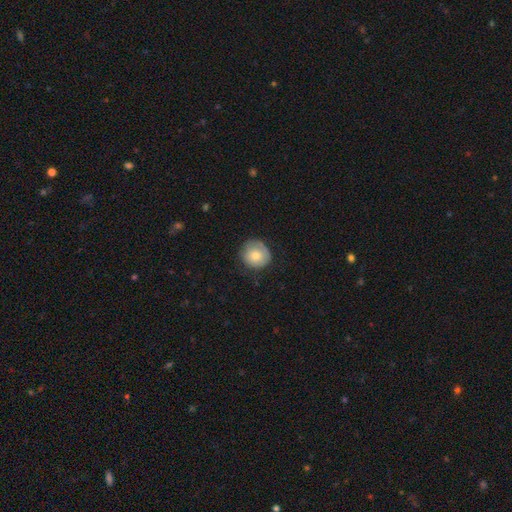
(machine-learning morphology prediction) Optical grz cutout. It shows a smooth galaxy with no disk features (75%) that is round (90%). Merging: none (73%).